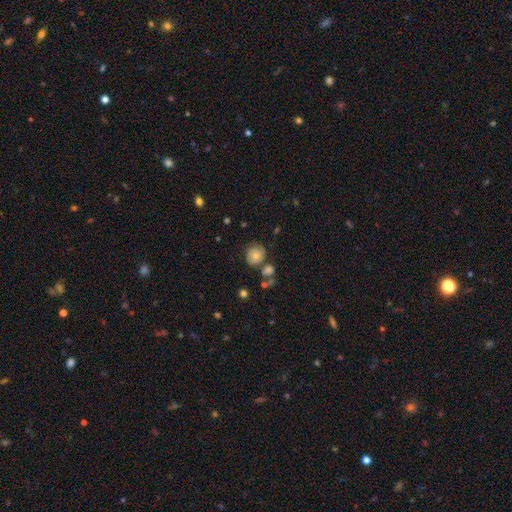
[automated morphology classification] smooth 69%, featured or disk 21%, star or artifact 11%. Down the decision tree: how rounded — round (82%); merging — none (67%).